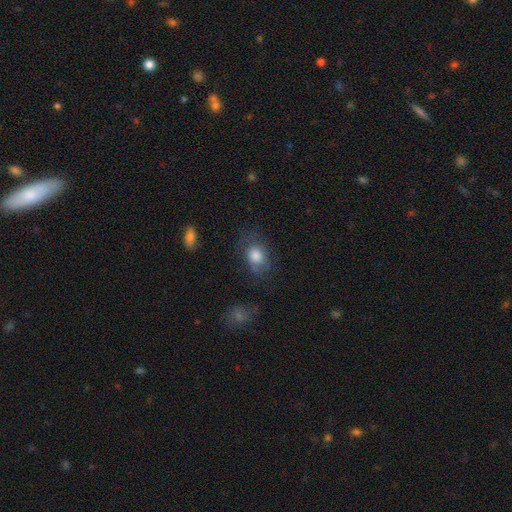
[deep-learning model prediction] Smooth or featured? Predicted: smooth (p=0.78). How rounded? Predicted: in between (p=0.56). Merging? Predicted: none (p=0.58).